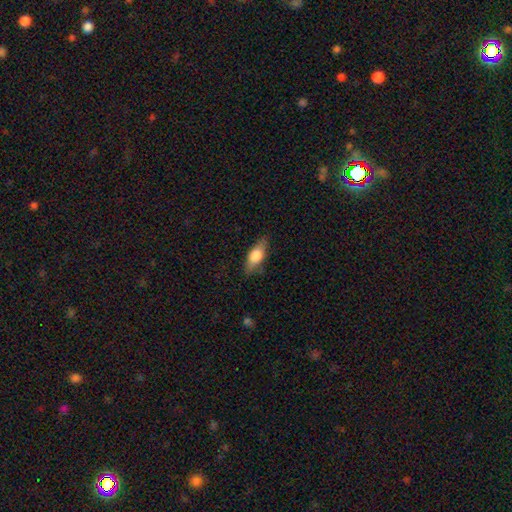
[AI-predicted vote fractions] Smooth or featured?
  - smooth: 68% *
  - featured or disk: 25%
  - star or artifact: 6%
How rounded?
  - in between: 72% *
  - cigar-shaped: 24%
  - round: 4%
Merging?
  - none: 81% *
  - minor disturbance: 15%
  - major disturbance: 4%
  - merger: 1%